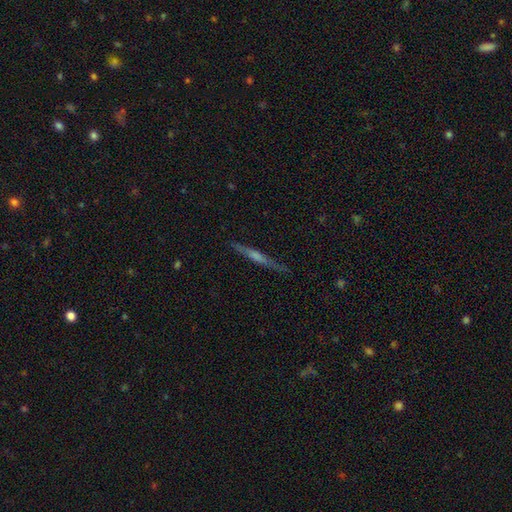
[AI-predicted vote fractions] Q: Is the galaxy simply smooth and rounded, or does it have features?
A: featured or disk — 65%.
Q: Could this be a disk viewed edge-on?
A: yes — 97%.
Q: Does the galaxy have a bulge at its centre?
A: rounded — 44%.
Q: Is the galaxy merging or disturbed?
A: none — 86%.